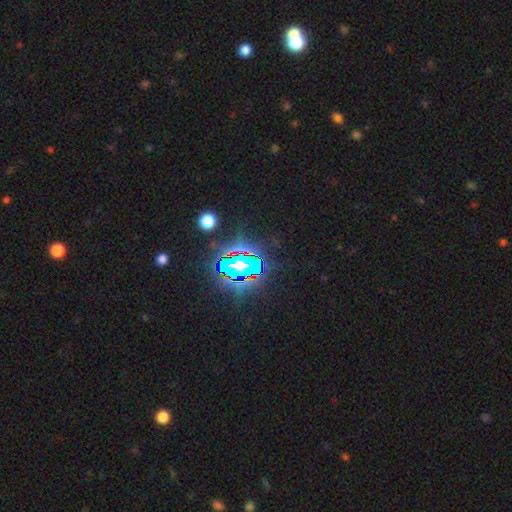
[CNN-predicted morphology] Smooth or featured: star or artifact — 81% (smooth — 10%)